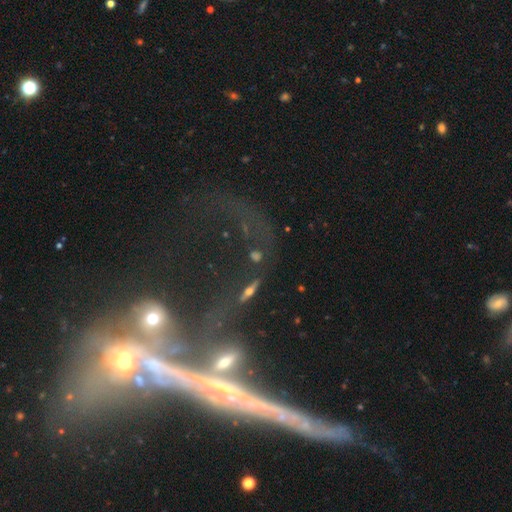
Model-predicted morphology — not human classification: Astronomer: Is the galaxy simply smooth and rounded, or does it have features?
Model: featured or disk — 40% (runner-up: smooth, 33%).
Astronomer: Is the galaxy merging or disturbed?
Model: none — 49%.